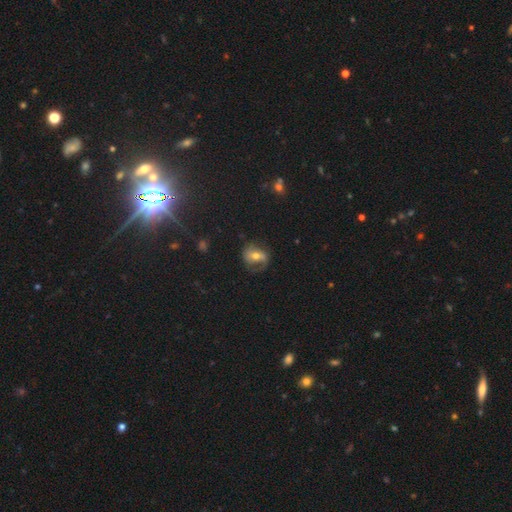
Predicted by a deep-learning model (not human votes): Smooth or featured? Predicted: featured or disk (p=0.57). Edge-on disk? Predicted: no (p=0.96). Bar? Predicted: no (p=0.42). Spiral arms? Predicted: yes (p=0.78). Bulge size? Predicted: moderate (p=0.68). Merging? Predicted: none (p=0.55).